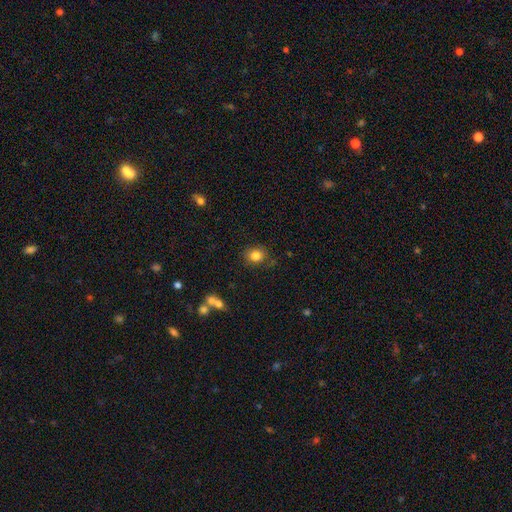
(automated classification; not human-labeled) The model was most divided on "how rounded": round: 69%, in between: 30%, cigar-shaped: 1%. More confident: smooth or featured — smooth (84%); merging — none (79%).